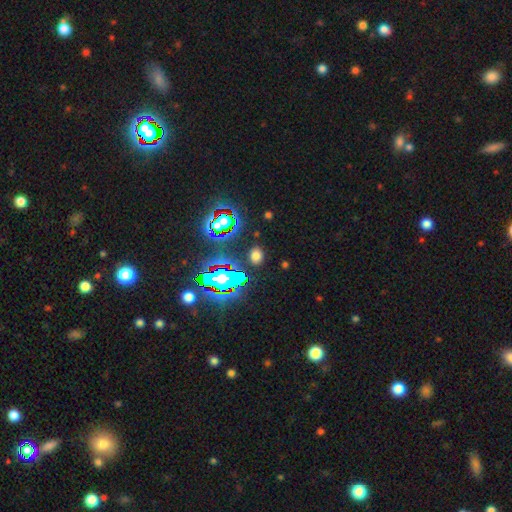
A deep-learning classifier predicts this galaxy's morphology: Overall: smooth (61%; star or artifact 31%). How rounded: in between (54%; round 44%). Merging: none (83%).